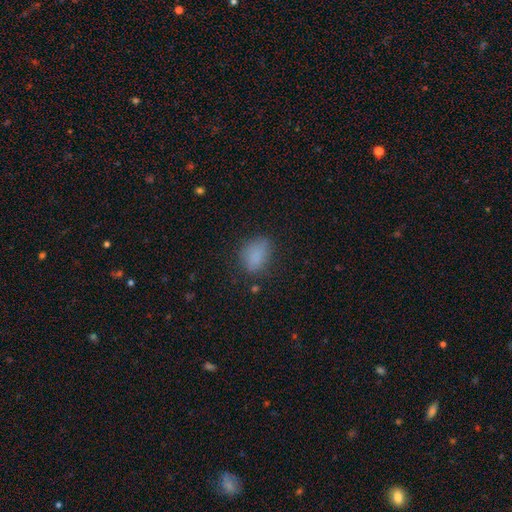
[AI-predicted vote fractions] smooth 83%, star or artifact 11%, featured or disk 6%. Down the decision tree: how rounded — in between (77%); merging — none (70%).